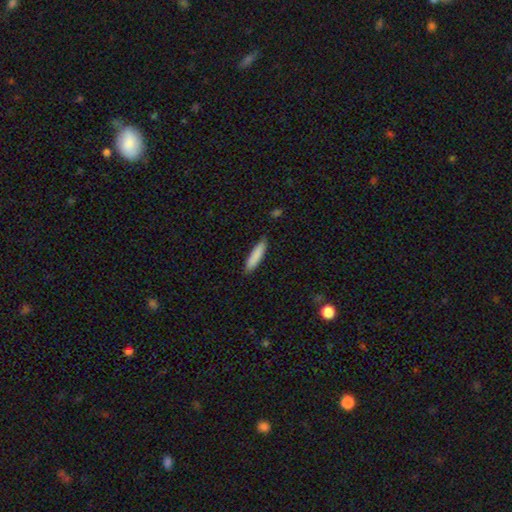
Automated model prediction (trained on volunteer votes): Smooth or featured? Predicted: smooth (p=0.86). How rounded? Predicted: cigar-shaped (p=0.79). Merging? Predicted: none (p=0.87).